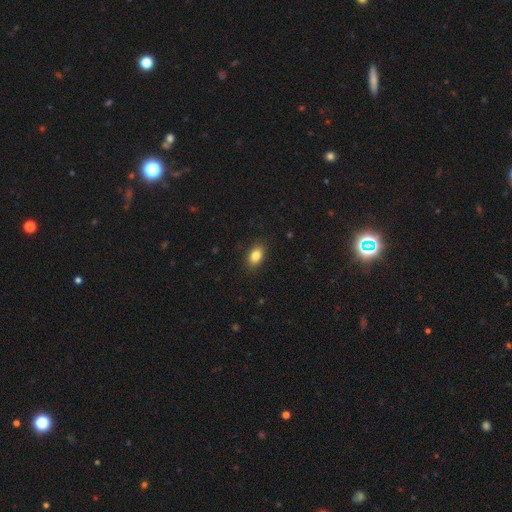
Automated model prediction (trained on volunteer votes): This is clearly a smooth galaxy (85%). How rounded: clearly in between (86%). Merging: clearly none (88%).